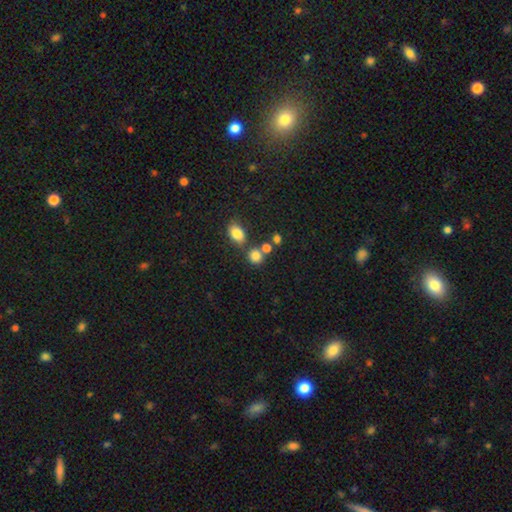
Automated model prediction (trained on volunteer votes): Smooth or featured?
  - smooth: 80% *
  - star or artifact: 13%
  - featured or disk: 7%
How rounded?
  - round: 75% *
  - in between: 24%
  - cigar-shaped: 1%
Merging?
  - none: 60% *
  - merger: 25%
  - minor disturbance: 11%
  - major disturbance: 4%